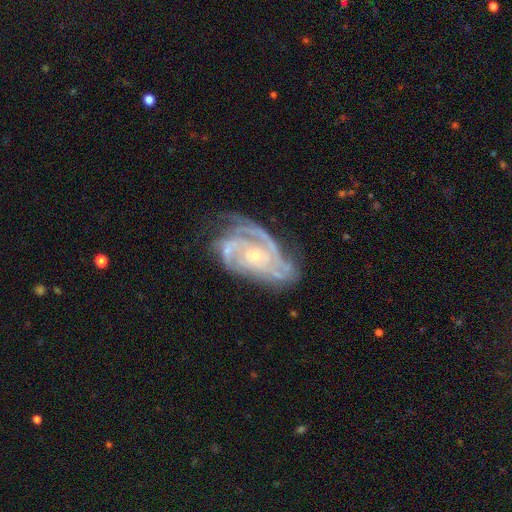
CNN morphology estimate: featured or disk 90%, star or artifact 5%, smooth 5%. Down the decision tree: edge-on disk — no (97%); bar — no (69%); spiral arms — yes (97%); spiral arm count — 3 (35%); spiral winding — tight (61%); bulge size — small (72%); merging — none (56%).